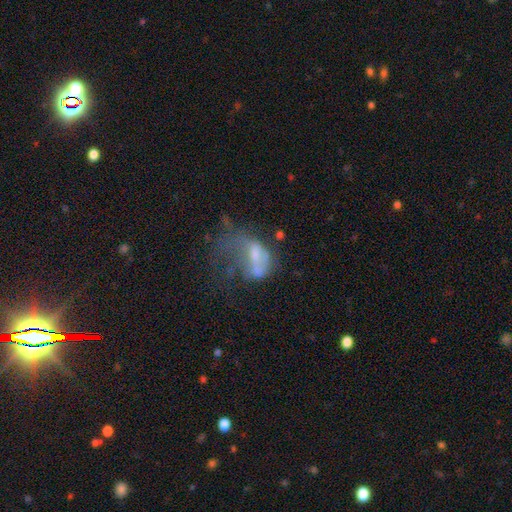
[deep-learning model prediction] Smooth or featured? Predicted: featured or disk (p=0.49). Merging? Predicted: major disturbance (p=0.53).